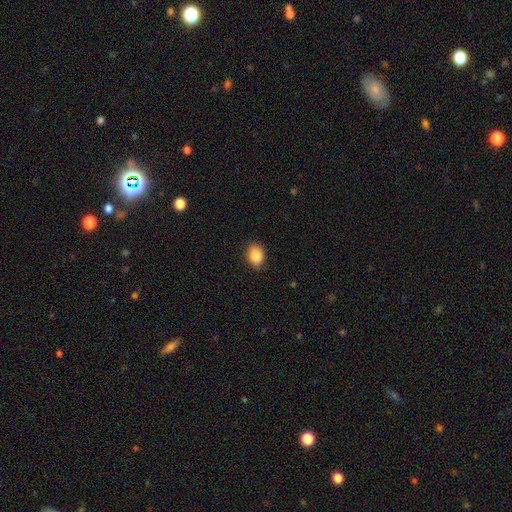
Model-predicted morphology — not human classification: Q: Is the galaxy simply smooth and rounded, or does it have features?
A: smooth — 88%.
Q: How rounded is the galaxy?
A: in between — 74%.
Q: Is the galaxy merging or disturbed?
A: none — 84%.